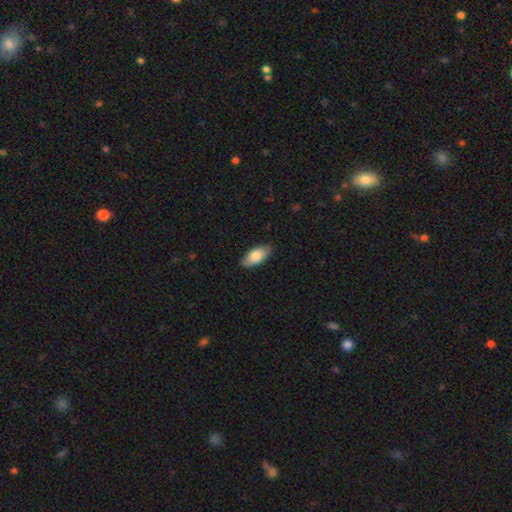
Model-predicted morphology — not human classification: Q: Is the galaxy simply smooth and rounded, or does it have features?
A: smooth — 82%.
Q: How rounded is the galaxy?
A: in between — 92%.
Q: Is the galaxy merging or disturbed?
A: none — 85%.